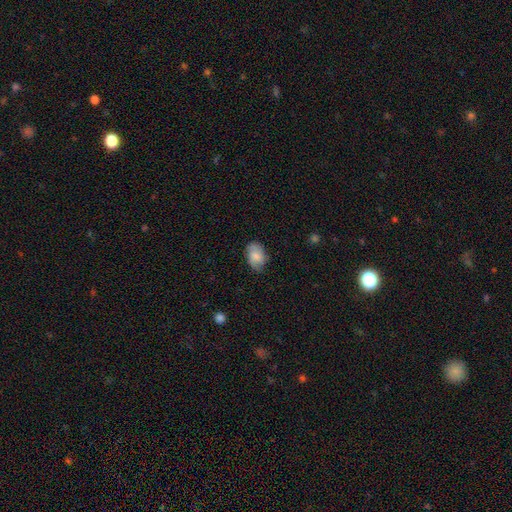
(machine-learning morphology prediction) This appears to be a smooth galaxy with no disk features (74%) that is in between round and cigar-shaped (86%). Merging: none (69%).